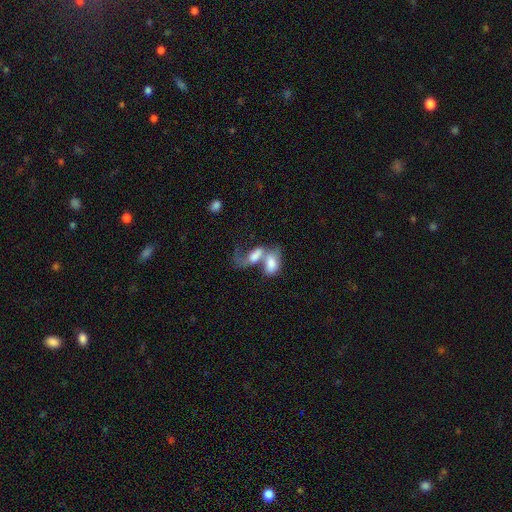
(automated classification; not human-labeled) Overall: smooth (59%; featured or disk 31%). How rounded: in between (86%). Merging: merger (76%).